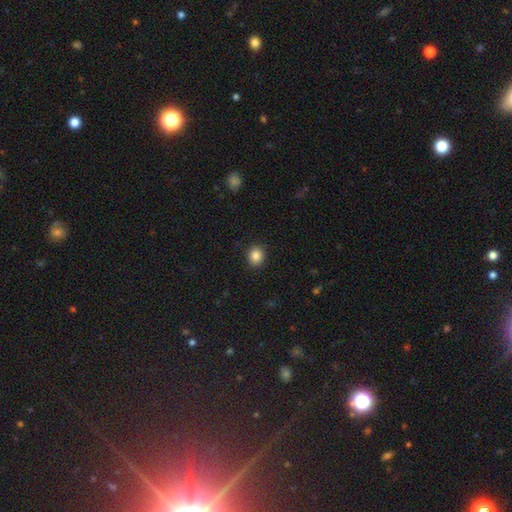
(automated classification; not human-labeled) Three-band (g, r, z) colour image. It shows a smooth galaxy with no disk features (86%) that is round (68%). Merging: none (90%).